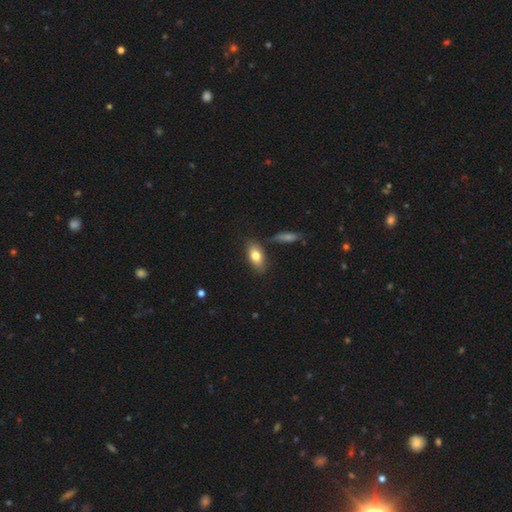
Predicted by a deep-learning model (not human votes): A smooth galaxy with no disk features (78%) that is in between round and cigar-shaped (87%). Merging: none (76%).